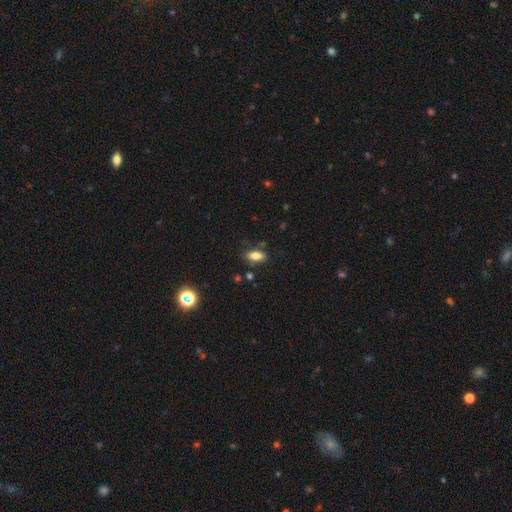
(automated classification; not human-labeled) Smooth or featured: smooth — 78% (featured or disk — 13%)
How rounded: in between — 84% (cigar-shaped — 12%)
Merging: none — 80% (minor disturbance — 13%)